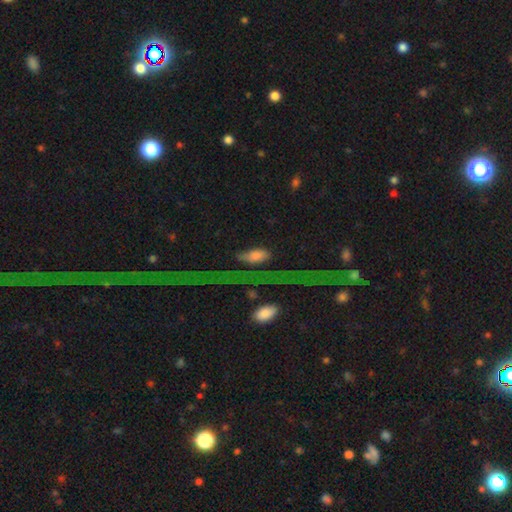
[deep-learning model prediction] This appears to be a smooth galaxy with no disk features (61%) that is in between round and cigar-shaped (75%). Merging: none (56%).